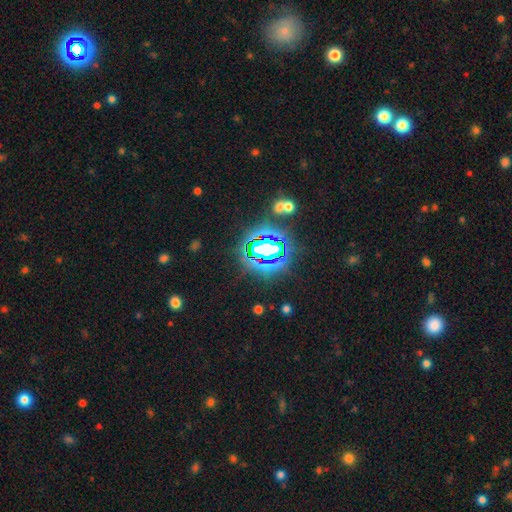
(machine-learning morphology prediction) Smooth or featured? star or artifact (82%)